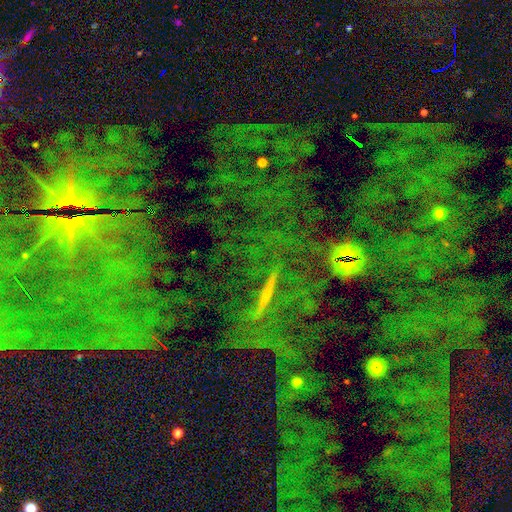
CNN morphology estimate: smooth_or_featured: star or artifact (p=0.80) [alt: featured or disk p=0.10]